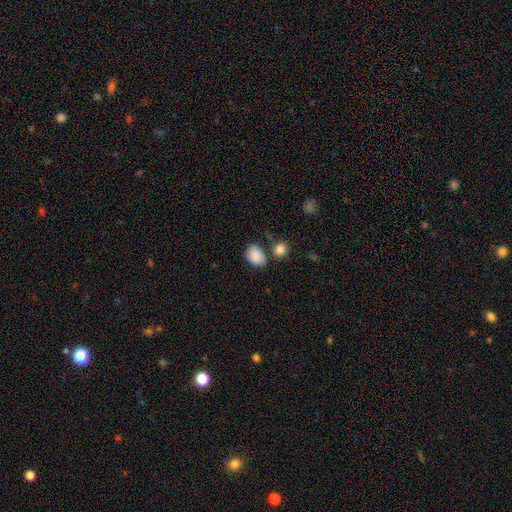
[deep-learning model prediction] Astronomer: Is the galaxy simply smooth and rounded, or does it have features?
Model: smooth — 86%.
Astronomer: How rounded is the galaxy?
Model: in between — 80%.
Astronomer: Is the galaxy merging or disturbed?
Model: none — 61%.